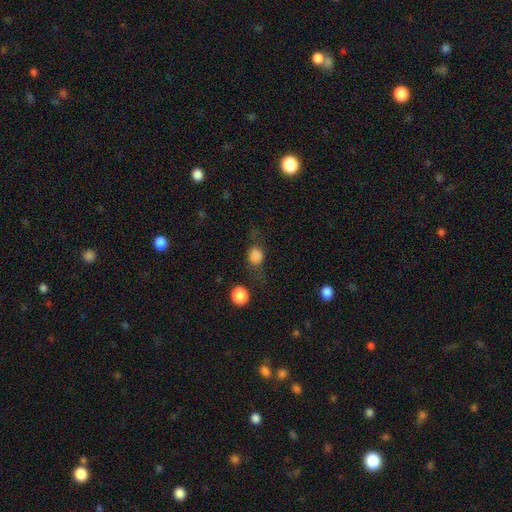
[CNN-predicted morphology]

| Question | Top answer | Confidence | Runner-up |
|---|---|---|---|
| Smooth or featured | smooth | 76% | star or artifact (15%) |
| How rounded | round | 57% | in between (41%) |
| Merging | none | 57% | minor disturbance (21%) |